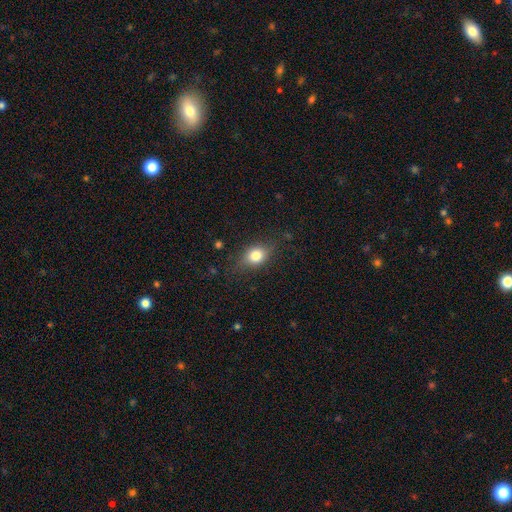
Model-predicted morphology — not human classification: A smooth galaxy with no disk features (77%) that is in between round and cigar-shaped (61%). Merging: none (75%).